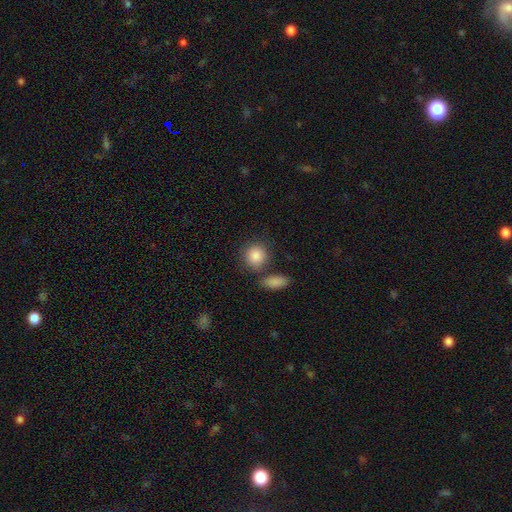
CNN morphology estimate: A smooth galaxy with no disk features (88%) that is round (77%). Merging: none (68%).